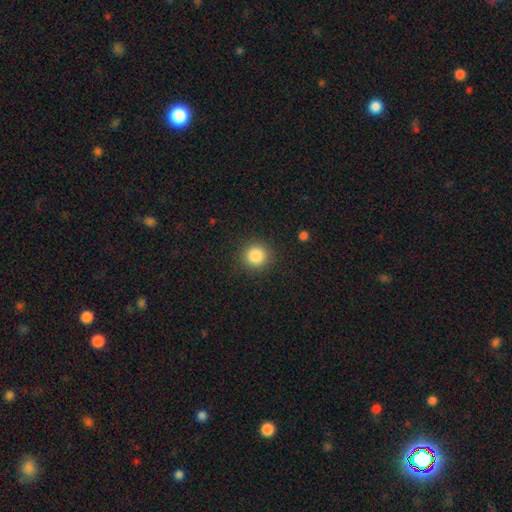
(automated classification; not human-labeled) Smooth or featured? smooth (85%)
How rounded? round (92%)
Merging? none (90%)